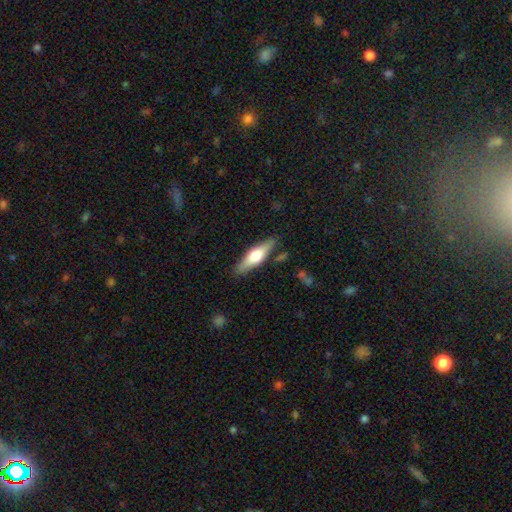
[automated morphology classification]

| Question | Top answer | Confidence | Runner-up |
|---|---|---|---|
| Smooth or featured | featured or disk | 51% | smooth (43%) |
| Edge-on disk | yes | 92% | no (8%) |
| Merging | none | 86% | minor disturbance (10%) |